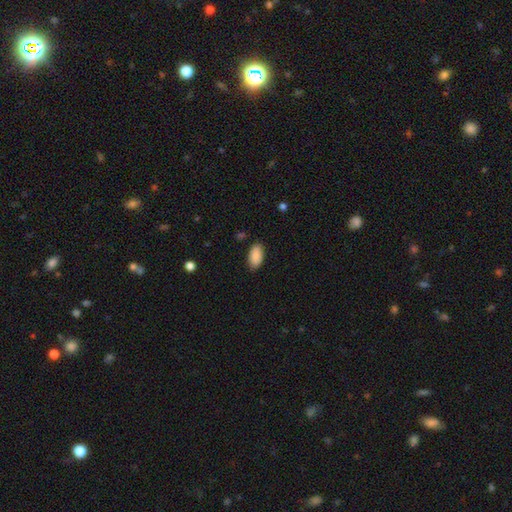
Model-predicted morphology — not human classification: A smooth galaxy with no disk features (90%) that is in between round and cigar-shaped (95%). Merging: none (86%).